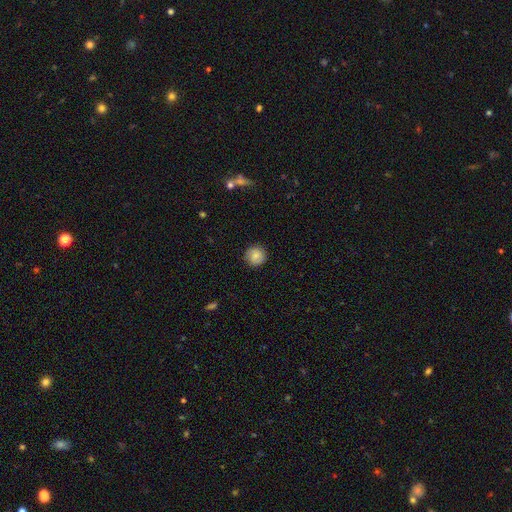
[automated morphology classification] A smooth galaxy with no disk features (77%) that is round (93%).

Vote fractions:
- Smooth or featured? smooth: 77% / featured or disk: 15% / star or artifact: 8%
- How rounded? round: 93% / in between: 6% / cigar-shaped: 1%
- Merging? none: 86% / minor disturbance: 10% / major disturbance: 3% / merger: 1%